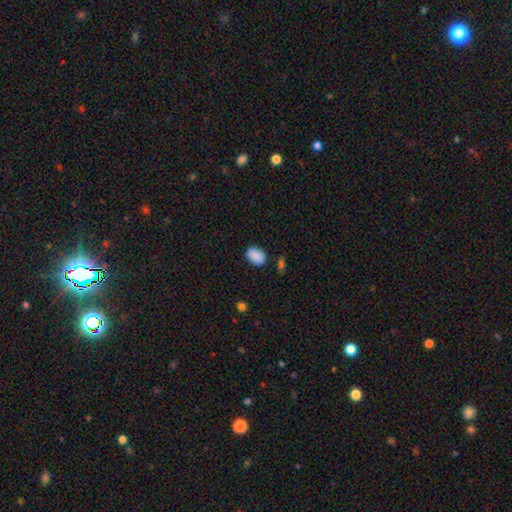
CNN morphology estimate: Smooth or featured? Predicted: smooth (p=0.89). How rounded? Predicted: in between (p=0.79). Merging? Predicted: none (p=0.82).